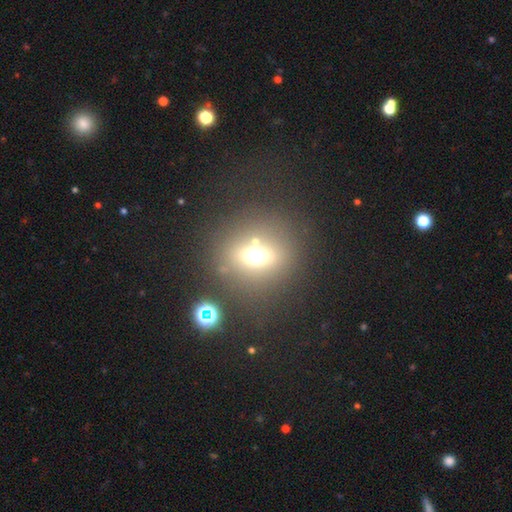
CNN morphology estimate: Smooth or featured? Predicted: smooth (p=0.58). How rounded? Predicted: round (p=0.70). Merging? Predicted: none (p=0.72).